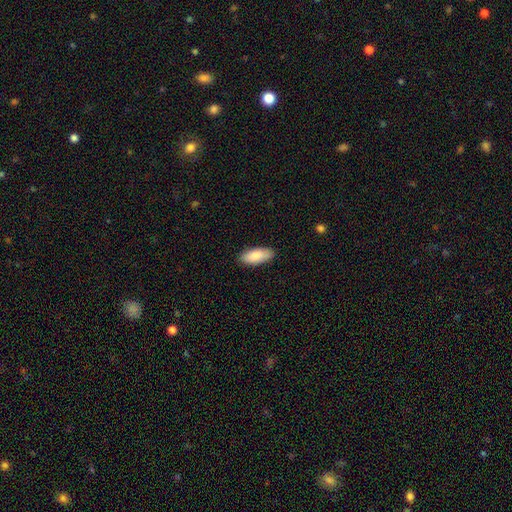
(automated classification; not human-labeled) Morphology: type=smooth (87%); roundness=in between (81%); merging=none (87%).